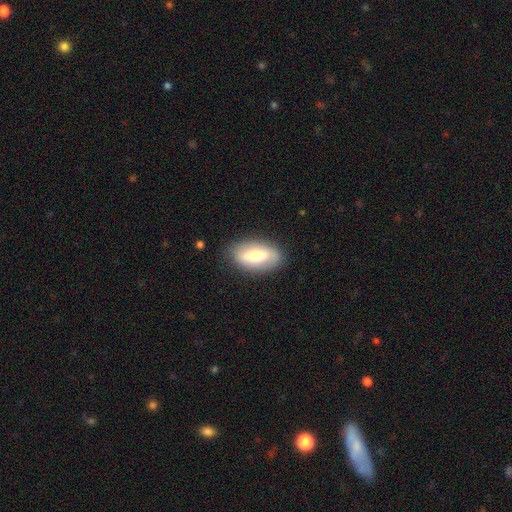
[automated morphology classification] smooth_or_featured: smooth (p=0.61) [alt: featured or disk p=0.32]
how_rounded: in between (p=0.89) [alt: cigar-shaped p=0.07]
merging: none (p=0.84) [alt: minor disturbance p=0.12]